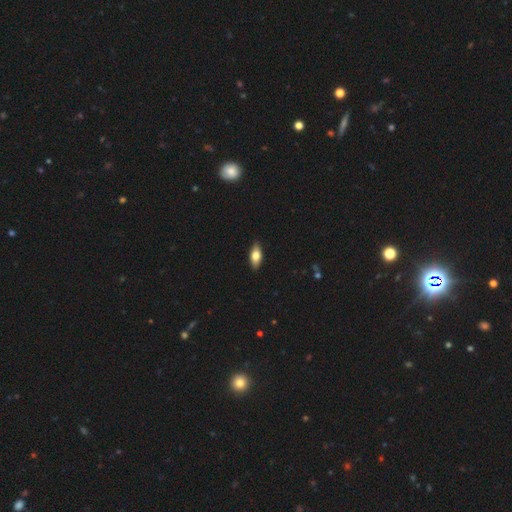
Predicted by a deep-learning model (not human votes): This is likely a smooth galaxy (71%). How rounded: clearly in between (83%). Merging: clearly none (88%).